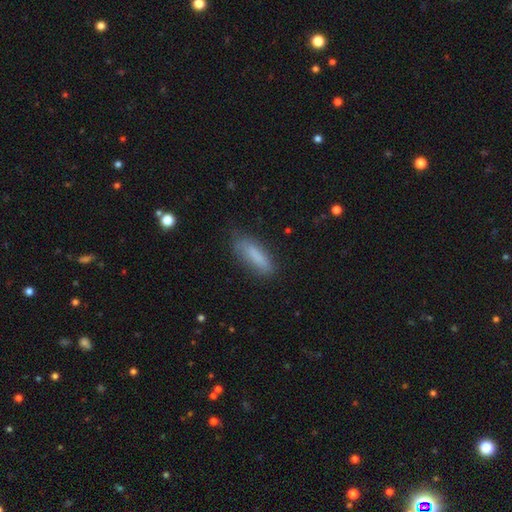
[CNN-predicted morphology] smooth_or_featured: smooth (p=0.81) [alt: featured or disk p=0.12]
how_rounded: cigar-shaped (p=0.55) [alt: in between p=0.44]
merging: none (p=0.74) [alt: minor disturbance p=0.19]